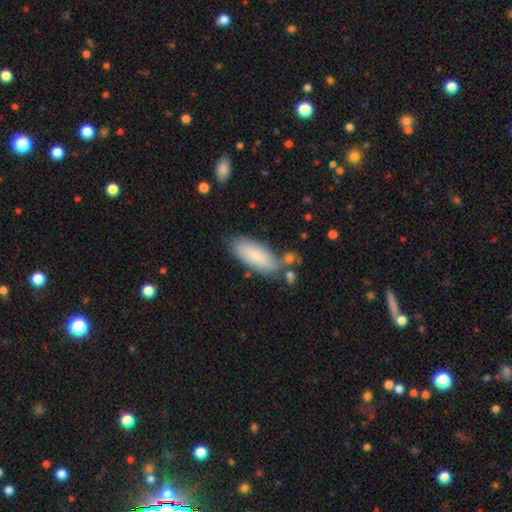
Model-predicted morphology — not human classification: This appears to be a smooth galaxy with no disk features (75%) that is in between round and cigar-shaped (83%). Merging: none (60%).